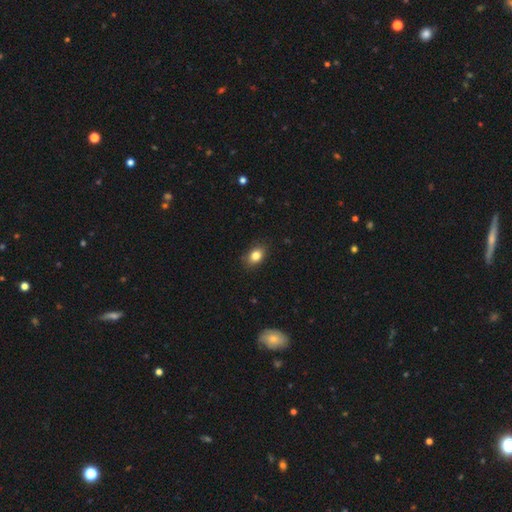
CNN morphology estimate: Smooth or featured? smooth (83%)
How rounded? in between (72%)
Merging? none (84%)